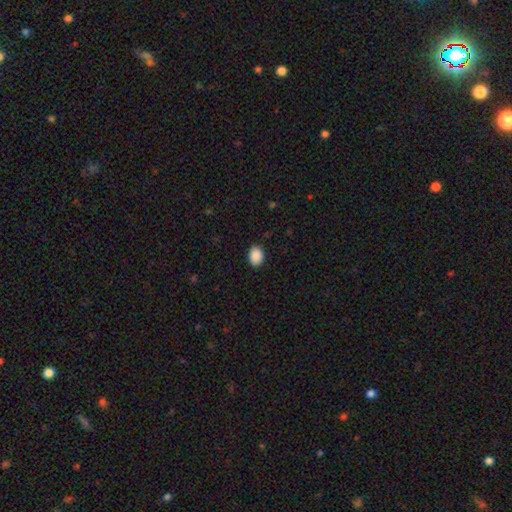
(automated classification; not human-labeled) Morphology: type=smooth (90%); roundness=in between (70%); merging=none (89%).